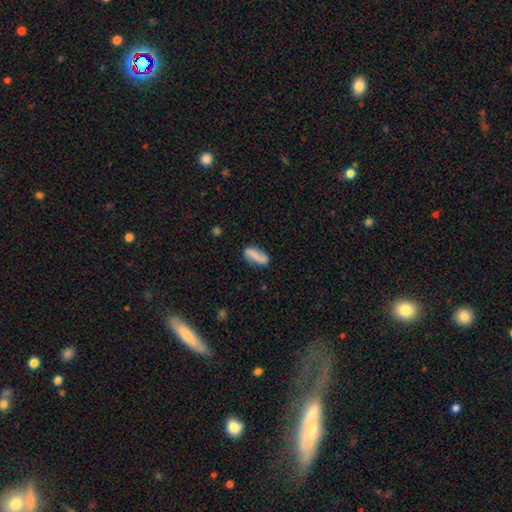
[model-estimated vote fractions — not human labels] Smooth or featured? Predicted: smooth (p=0.66). How rounded? Predicted: in between (p=0.74). Merging? Predicted: none (p=0.74).